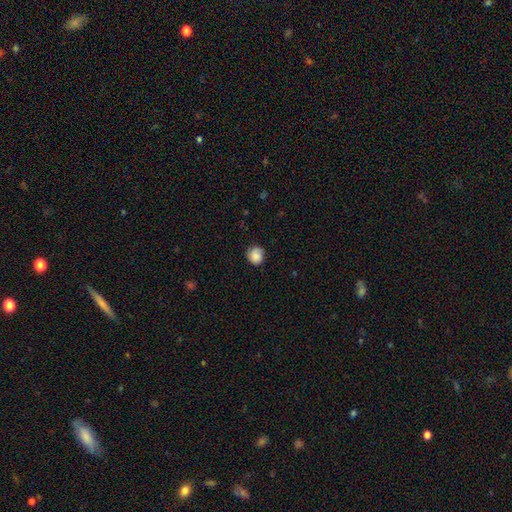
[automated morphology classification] Q: Smooth or featured?
A: smooth (79%); runner-up: featured or disk (12%)
Q: How rounded?
A: round (83%); runner-up: in between (16%)
Q: Merging?
A: none (75%); runner-up: minor disturbance (19%)